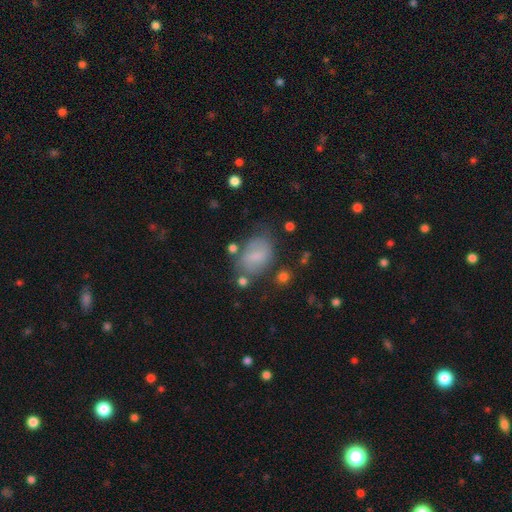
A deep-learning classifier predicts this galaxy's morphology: This appears to be a smooth galaxy with no disk features (65%) that is in between round and cigar-shaped (82%). Merging: none (58%).